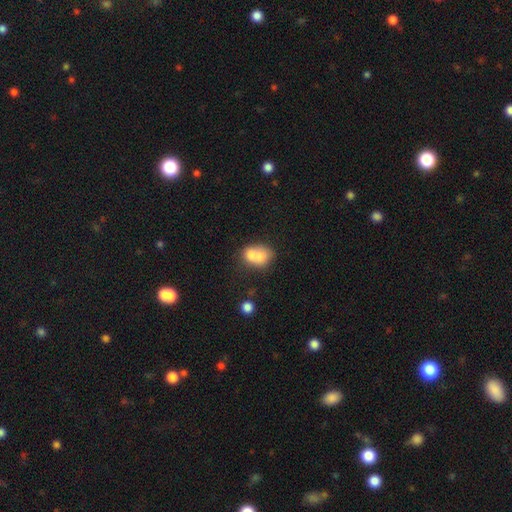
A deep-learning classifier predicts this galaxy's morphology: This is likely a smooth galaxy (71%). How rounded: possibly in between (54%). Merging: likely merger (62%).